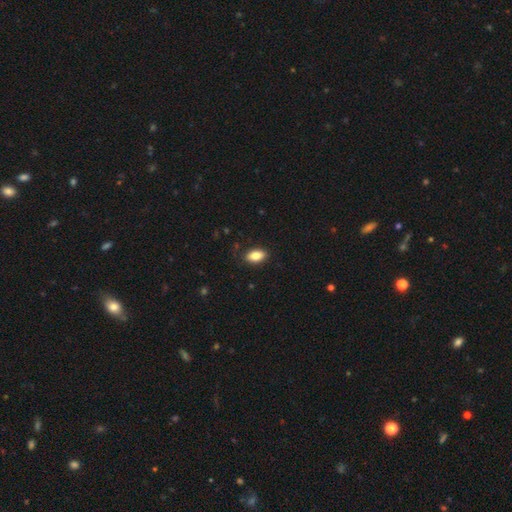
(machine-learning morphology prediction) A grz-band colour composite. It shows a smooth galaxy with no disk features (86%) that is in between round and cigar-shaped (92%). Merging: none (86%).